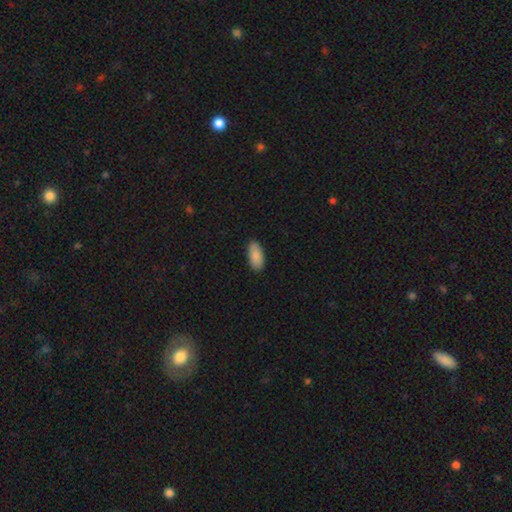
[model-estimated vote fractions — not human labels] Smooth or featured? Predicted: smooth (p=0.89). How rounded? Predicted: in between (p=0.92). Merging? Predicted: none (p=0.88).